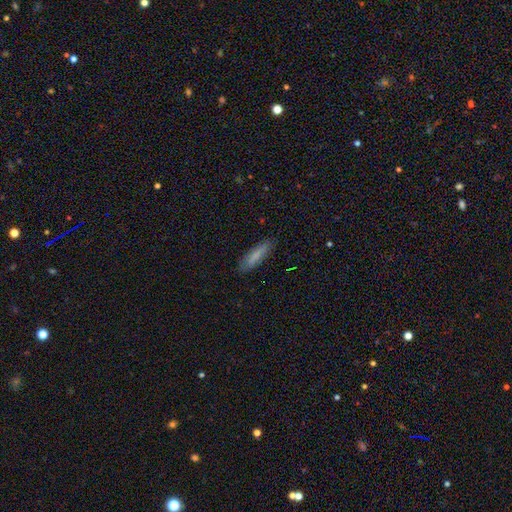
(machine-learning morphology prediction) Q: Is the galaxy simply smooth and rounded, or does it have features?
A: smooth — 79%.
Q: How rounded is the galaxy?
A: cigar-shaped — 76%.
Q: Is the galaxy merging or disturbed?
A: none — 84%.